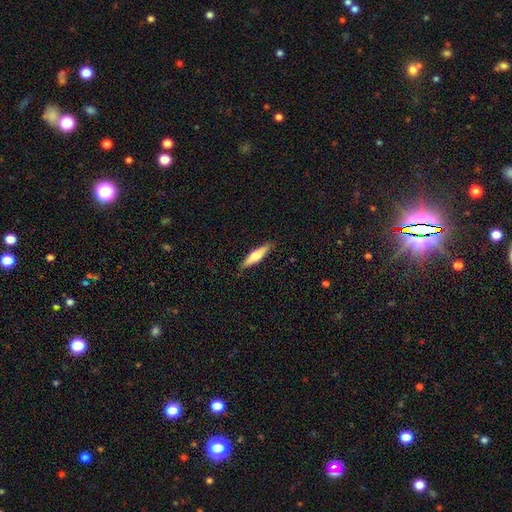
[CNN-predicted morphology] This appears to be a smooth galaxy with no disk features (54%) that is cigar-shaped (75%). Merging: none (87%).